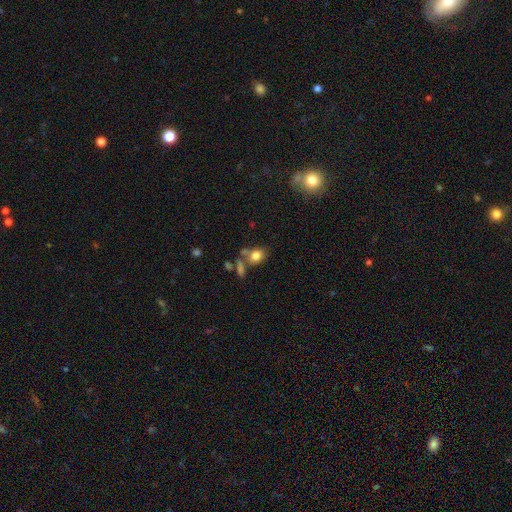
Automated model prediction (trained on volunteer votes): smooth_or_featured: smooth (p=0.78) [alt: featured or disk p=0.11]
how_rounded: in between (p=0.54) [alt: round p=0.44]
merging: none (p=0.54) [alt: merger p=0.22]